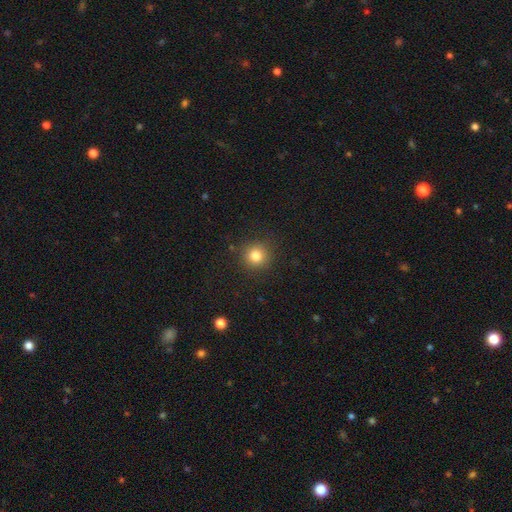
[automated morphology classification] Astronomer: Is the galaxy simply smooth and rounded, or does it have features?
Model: smooth — 82%.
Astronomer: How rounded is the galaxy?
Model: round — 93%.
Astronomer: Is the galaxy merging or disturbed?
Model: none — 89%.